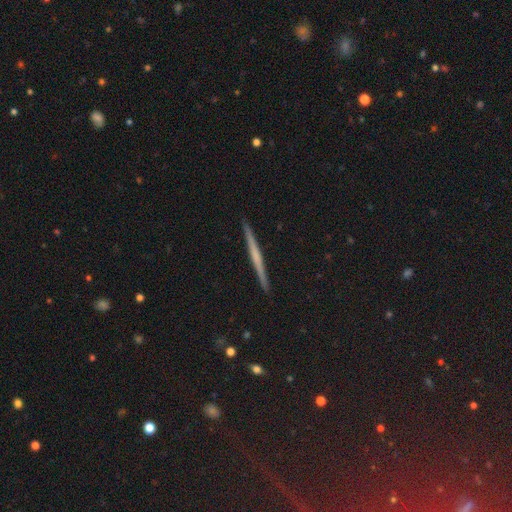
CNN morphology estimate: This is likely a featured or disk galaxy (62%). It is clearly viewed edge-on (98%). Edge-on bulge: likely none (73%). Merging: clearly none (93%).